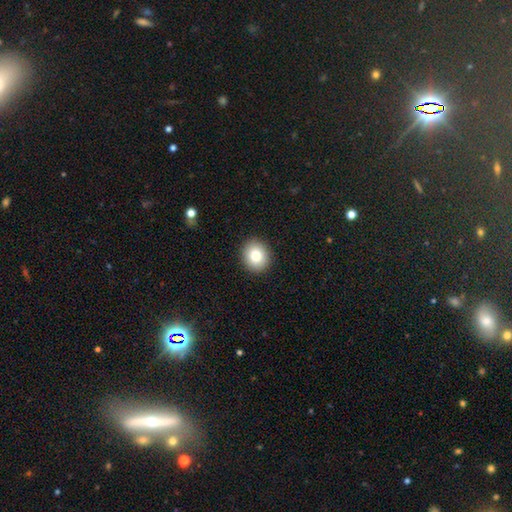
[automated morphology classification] Smooth or featured?
  - smooth: 83% *
  - star or artifact: 9%
  - featured or disk: 8%
How rounded?
  - round: 74% *
  - in between: 25%
  - cigar-shaped: 1%
Merging?
  - none: 91% *
  - minor disturbance: 6%
  - major disturbance: 2%
  - merger: 1%